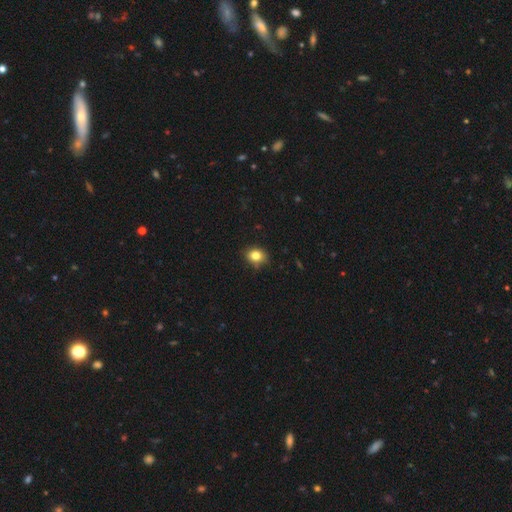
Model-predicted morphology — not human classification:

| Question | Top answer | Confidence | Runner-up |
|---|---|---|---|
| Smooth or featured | smooth | 81% | star or artifact (11%) |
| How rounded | round | 54% | in between (45%) |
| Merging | none | 79% | minor disturbance (17%) |